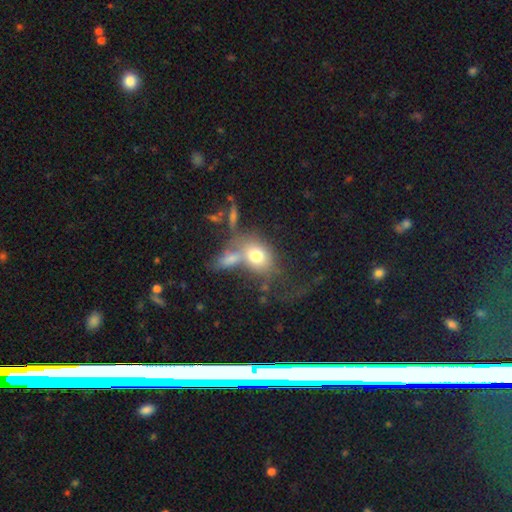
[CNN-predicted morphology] A smooth galaxy with no disk features (72%) that is in between round and cigar-shaped (60%).

Vote fractions:
- Smooth or featured? smooth: 72% / featured or disk: 18% / star or artifact: 10%
- How rounded? in between: 60% / round: 37% / cigar-shaped: 3%
- Merging? merger: 42% / none: 33% / major disturbance: 13% / minor disturbance: 12%